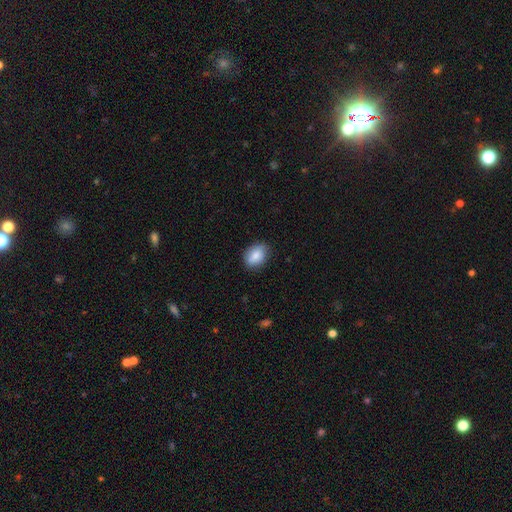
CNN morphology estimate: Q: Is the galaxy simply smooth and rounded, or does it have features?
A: smooth — 83%.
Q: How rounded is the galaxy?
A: in between — 78%.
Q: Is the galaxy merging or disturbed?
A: none — 80%.